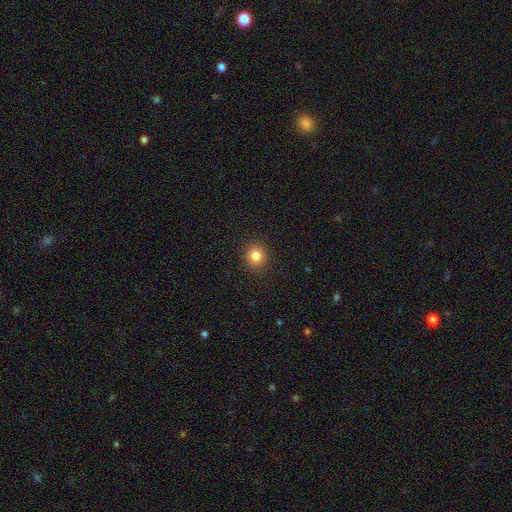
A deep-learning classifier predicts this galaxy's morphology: The model was most divided on "smooth or featured": smooth: 83%, star or artifact: 12%, featured or disk: 5%. More confident: merging — none (91%); how rounded — round (89%).